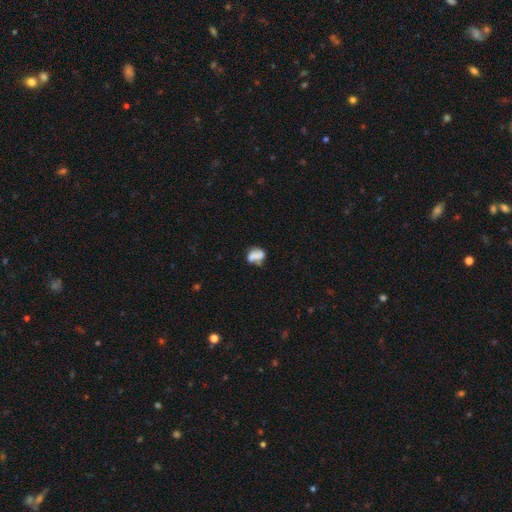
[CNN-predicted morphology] smooth_or_featured: smooth (p=0.56) [alt: featured or disk p=0.33]
how_rounded: in between (p=0.60) [alt: round p=0.38]
merging: none (p=0.38) [alt: merger p=0.25]